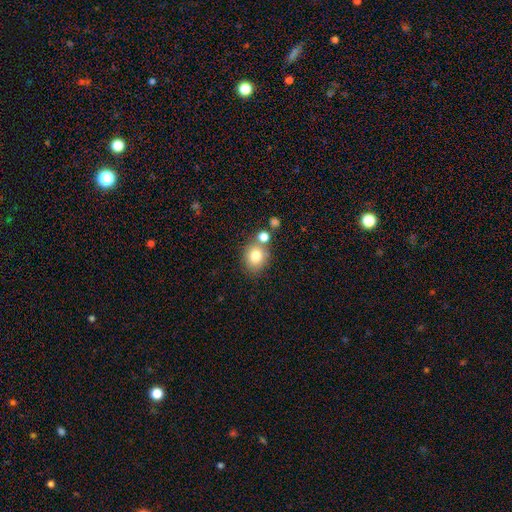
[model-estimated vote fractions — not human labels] Q: Smooth or featured?
A: smooth (78%); runner-up: star or artifact (11%)
Q: How rounded?
A: round (64%); runner-up: in between (36%)
Q: Merging?
A: none (64%); runner-up: merger (20%)